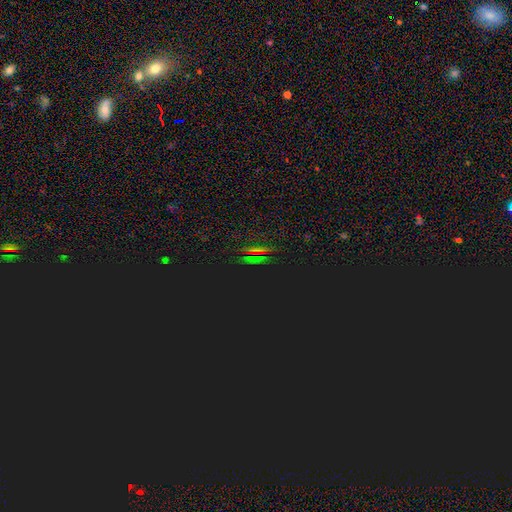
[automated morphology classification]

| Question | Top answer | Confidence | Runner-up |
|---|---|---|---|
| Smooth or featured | star or artifact | 69% | smooth (23%) |